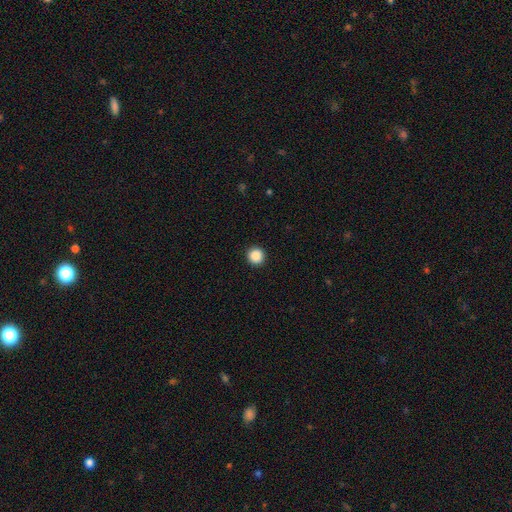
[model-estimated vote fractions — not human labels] This is clearly a smooth galaxy (88%). How rounded: clearly round (95%). Merging: clearly none (93%).